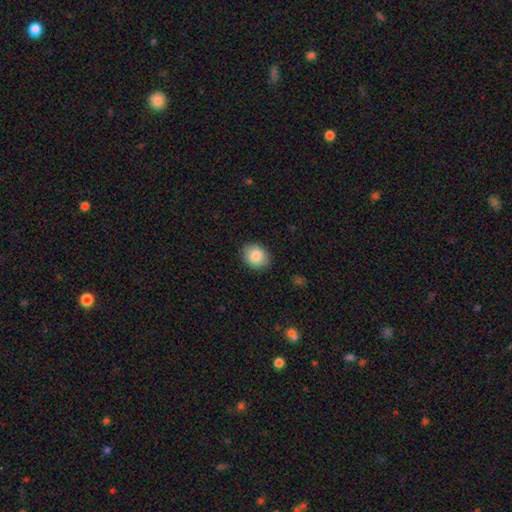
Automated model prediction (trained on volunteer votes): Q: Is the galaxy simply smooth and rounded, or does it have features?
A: smooth — 85%.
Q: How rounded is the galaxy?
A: round — 54%.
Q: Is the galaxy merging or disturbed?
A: none — 87%.